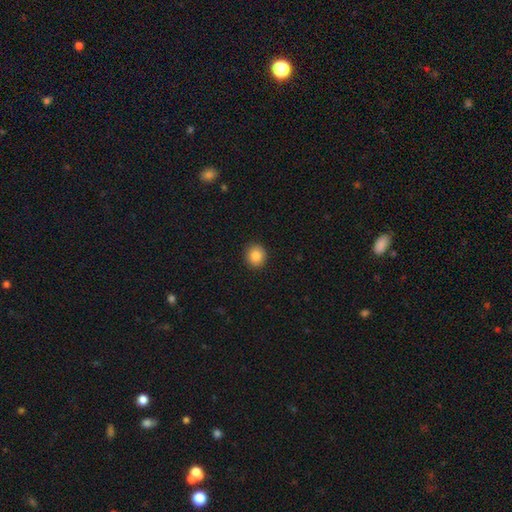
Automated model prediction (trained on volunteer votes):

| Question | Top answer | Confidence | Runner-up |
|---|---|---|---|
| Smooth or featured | smooth | 86% | star or artifact (9%) |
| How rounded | round | 87% | in between (12%) |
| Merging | none | 91% | minor disturbance (6%) |